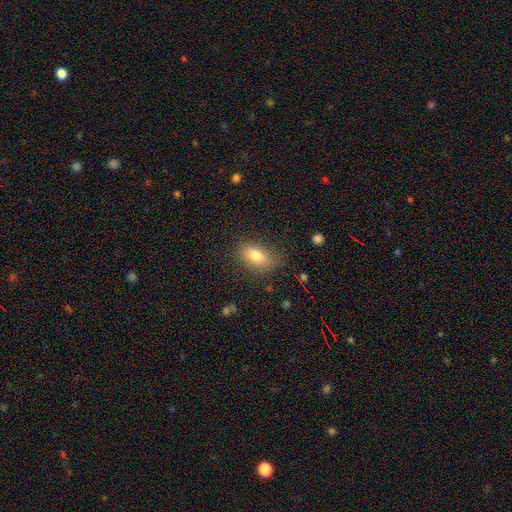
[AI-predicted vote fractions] Overall: smooth (80%). How rounded: in between (85%). Merging: none (77%).